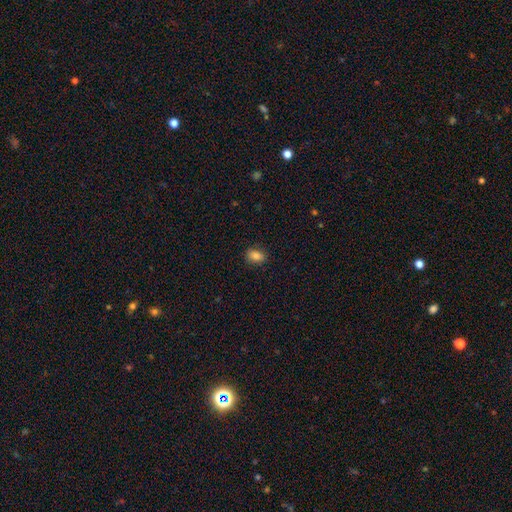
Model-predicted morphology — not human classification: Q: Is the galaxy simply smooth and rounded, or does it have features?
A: smooth — 84%.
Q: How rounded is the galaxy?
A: in between — 77%.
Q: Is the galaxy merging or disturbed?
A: none — 87%.